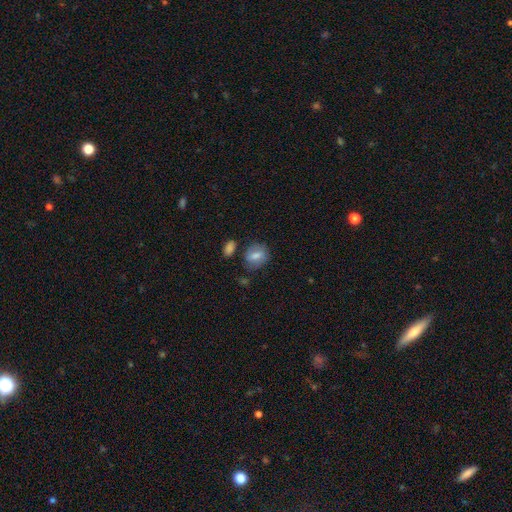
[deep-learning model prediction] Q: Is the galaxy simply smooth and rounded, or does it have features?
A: smooth — 67%.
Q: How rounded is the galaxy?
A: in between — 61%.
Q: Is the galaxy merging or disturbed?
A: none — 68%.